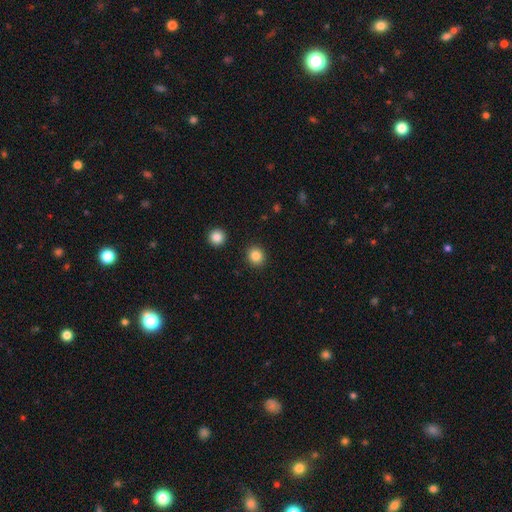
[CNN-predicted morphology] smooth 85%, star or artifact 10%, featured or disk 5%. Down the decision tree: how rounded — round (85%); merging — none (91%).